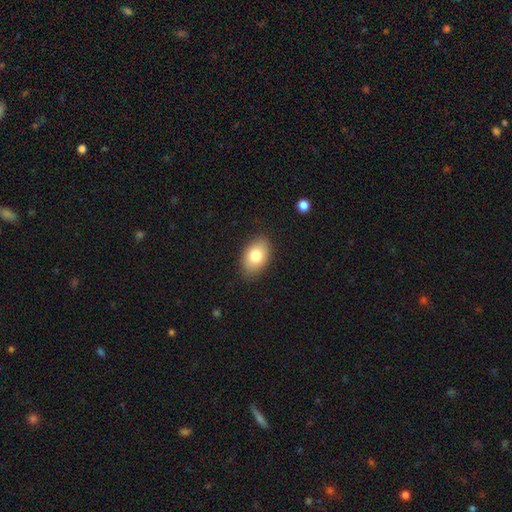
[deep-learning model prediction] Smooth or featured? Predicted: smooth (p=0.80). How rounded? Predicted: in between (p=0.90). Merging? Predicted: none (p=0.84).